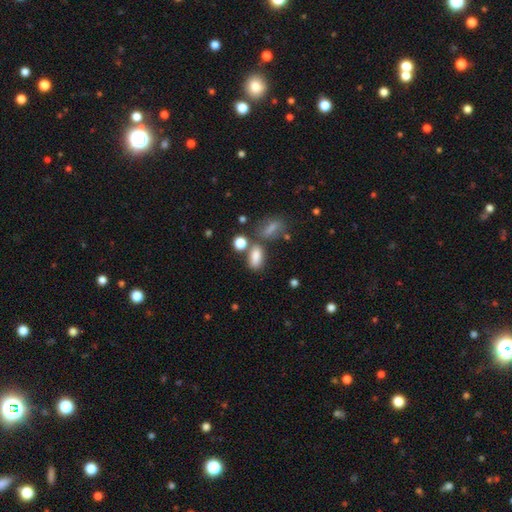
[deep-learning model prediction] This is clearly a smooth galaxy (81%). How rounded: clearly in between (81%). Merging: possibly none (54%).